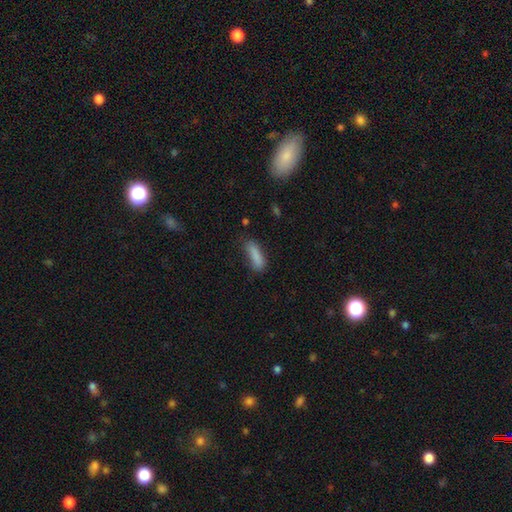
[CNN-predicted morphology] This is clearly a smooth galaxy (85%). How rounded: possibly cigar-shaped (54%). Merging: likely none (66%).